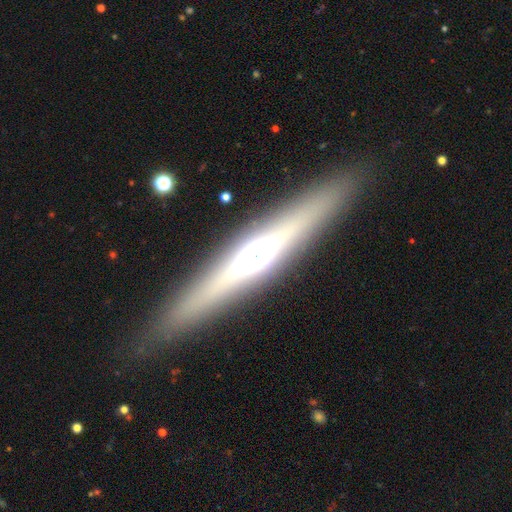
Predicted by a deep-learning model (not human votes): smooth_or_featured: featured or disk (p=0.70) [alt: smooth p=0.20]
disk_edge_on: yes (p=0.94) [alt: no p=0.06]
edge_on_bulge: rounded (p=0.88) [alt: boxy p=0.08]
merging: none (p=0.88) [alt: minor disturbance p=0.08]